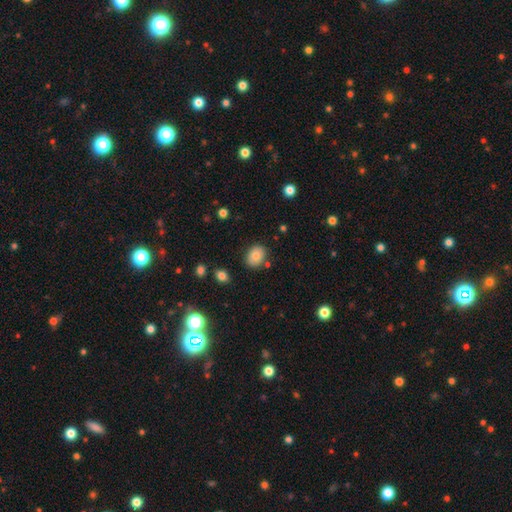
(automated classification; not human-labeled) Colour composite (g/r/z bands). It shows a smooth galaxy with no disk features (81%) that is in between round and cigar-shaped (61%). Merging: none (83%).